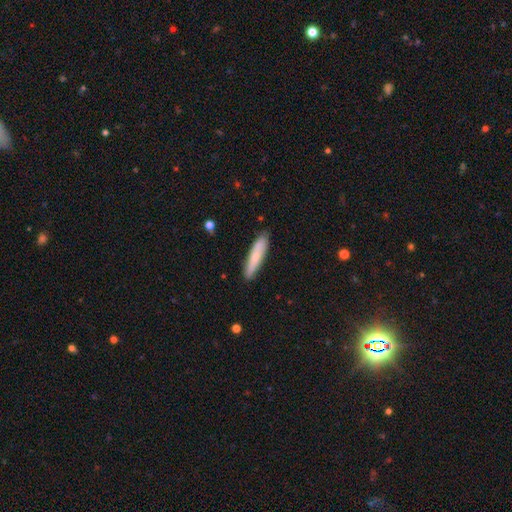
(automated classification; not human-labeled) Morphology: type=smooth (73%); roundness=cigar-shaped (87%); merging=none (87%).